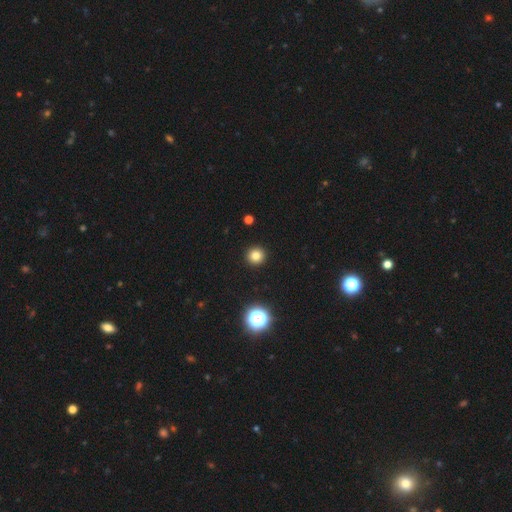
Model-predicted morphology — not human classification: smooth_or_featured: smooth (p=0.80) [alt: star or artifact p=0.14]
how_rounded: round (p=0.95) [alt: in between p=0.04]
merging: none (p=0.93) [alt: minor disturbance p=0.04]